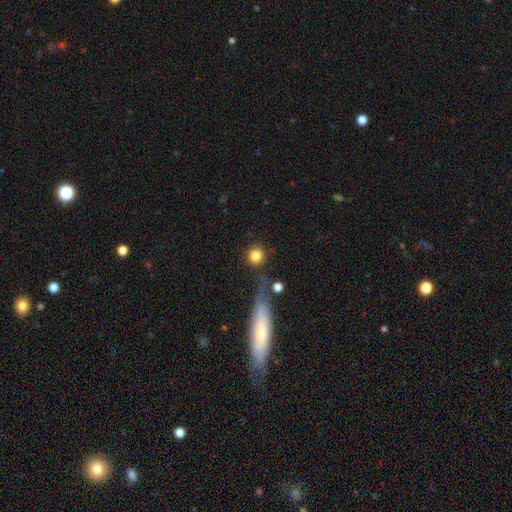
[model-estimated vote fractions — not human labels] A smooth galaxy with no disk features (83%) that is round (93%).

Vote fractions:
- Smooth or featured? smooth: 83% / star or artifact: 10% / featured or disk: 7%
- How rounded? round: 93% / in between: 6% / cigar-shaped: 1%
- Merging? none: 77% / minor disturbance: 9% / merger: 9% / major disturbance: 5%